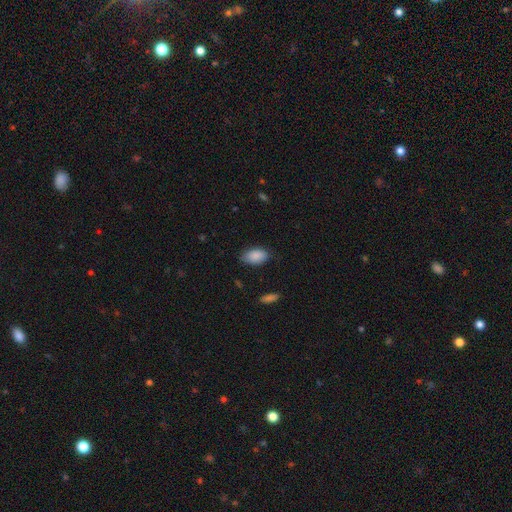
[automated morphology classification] smooth-or-featured: smooth: 88% | star or artifact: 7% | featured or disk: 5%
  how-rounded: in between: 93% | round: 5% | cigar-shaped: 2%
  merging: none: 79% | minor disturbance: 17% | major disturbance: 3% | merger: 1%